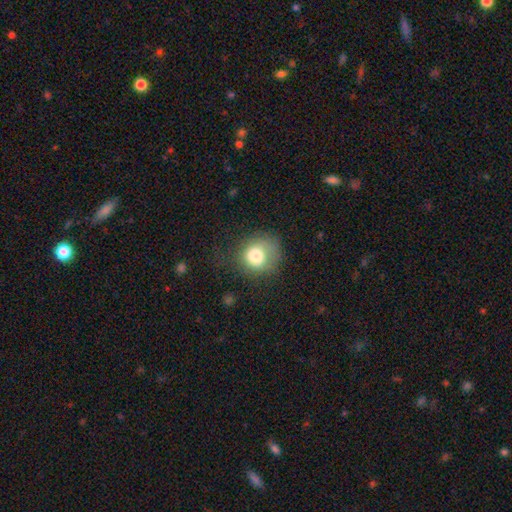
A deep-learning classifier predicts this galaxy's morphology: smooth-or-featured: smooth: 75% | featured or disk: 16% | star or artifact: 9%
  how-rounded: round: 78% | in between: 21% | cigar-shaped: 1%
  merging: none: 47% | minor disturbance: 26% | major disturbance: 25% | merger: 2%